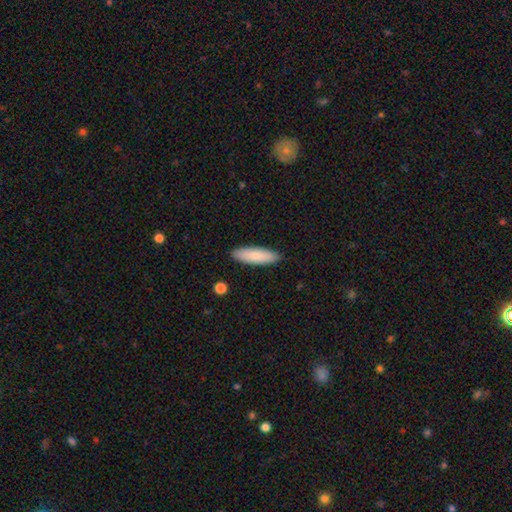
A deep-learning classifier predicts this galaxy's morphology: type=smooth (84%); roundness=cigar-shaped (57%); merging=none (90%).